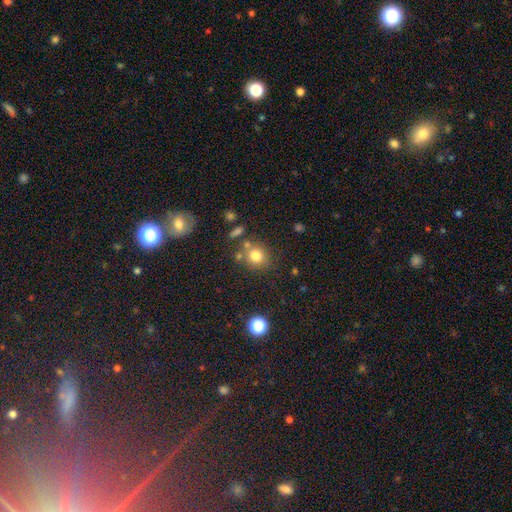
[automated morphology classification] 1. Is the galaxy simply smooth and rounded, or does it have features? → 78% smooth, 14% star or artifact, 8% featured or disk.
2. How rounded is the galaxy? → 84% round, 15% in between, 1% cigar-shaped.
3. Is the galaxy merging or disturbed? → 70% none, 13% merger, 12% minor disturbance, 5% major disturbance.